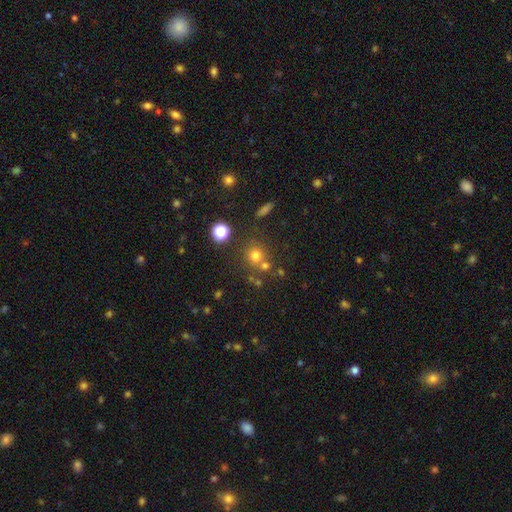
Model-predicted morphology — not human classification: Smooth or featured?
  - smooth: 70% *
  - star or artifact: 20%
  - featured or disk: 10%
How rounded?
  - round: 89% *
  - in between: 10%
  - cigar-shaped: 1%
Merging?
  - none: 65% *
  - merger: 21%
  - minor disturbance: 9%
  - major disturbance: 4%